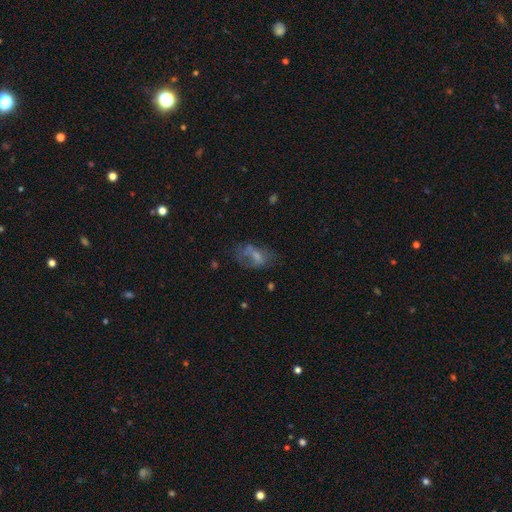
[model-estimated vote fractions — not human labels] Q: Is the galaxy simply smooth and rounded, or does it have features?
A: smooth — 45%.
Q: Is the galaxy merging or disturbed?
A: none — 39%.